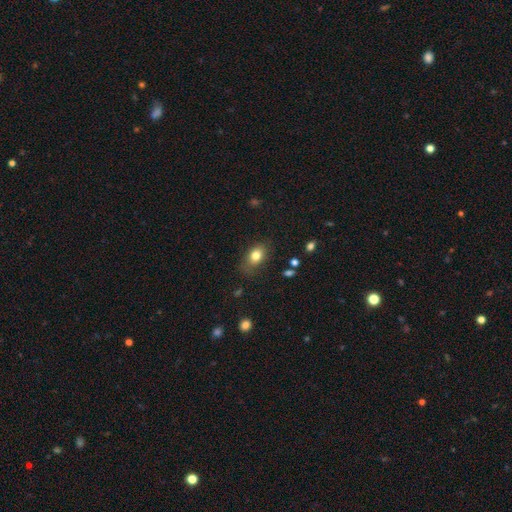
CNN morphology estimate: Smooth or featured? smooth (80%)
How rounded? in between (78%)
Merging? none (73%)